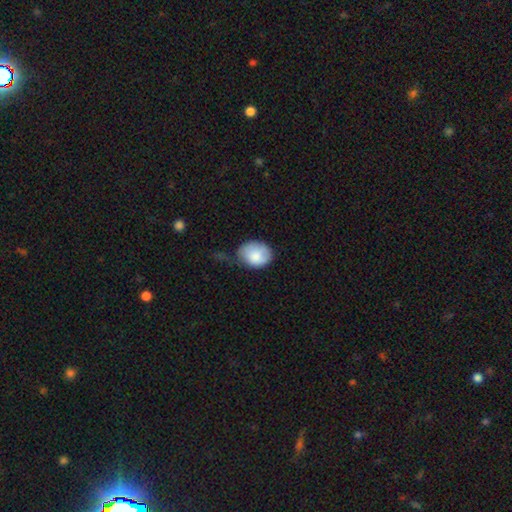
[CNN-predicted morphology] smooth-or-featured: smooth: 84% | featured or disk: 10% | star or artifact: 6%
  how-rounded: in between: 59% | round: 40% | cigar-shaped: 1%
  merging: none: 41% | minor disturbance: 40% | major disturbance: 15% | merger: 4%